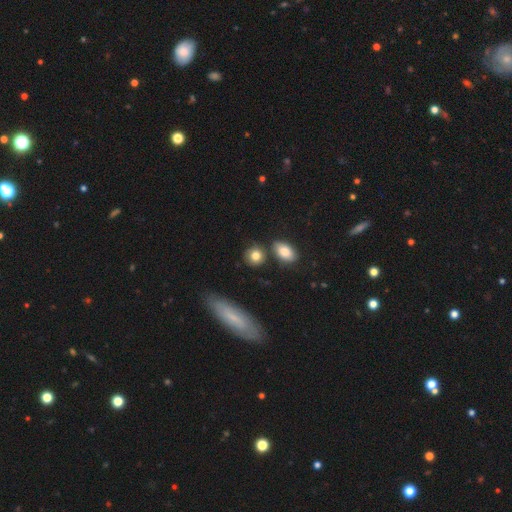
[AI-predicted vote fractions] Q: Smooth or featured?
A: smooth (81%); runner-up: featured or disk (10%)
Q: How rounded?
A: round (71%); runner-up: in between (27%)
Q: Merging?
A: none (75%); runner-up: minor disturbance (11%)